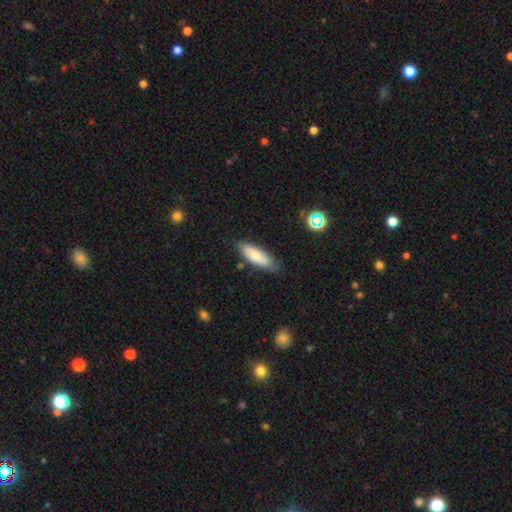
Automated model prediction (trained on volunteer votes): smooth_or_featured: smooth (p=0.78) [alt: featured or disk p=0.15]
how_rounded: in between (p=0.59) [alt: cigar-shaped p=0.40]
merging: none (p=0.76) [alt: minor disturbance p=0.18]